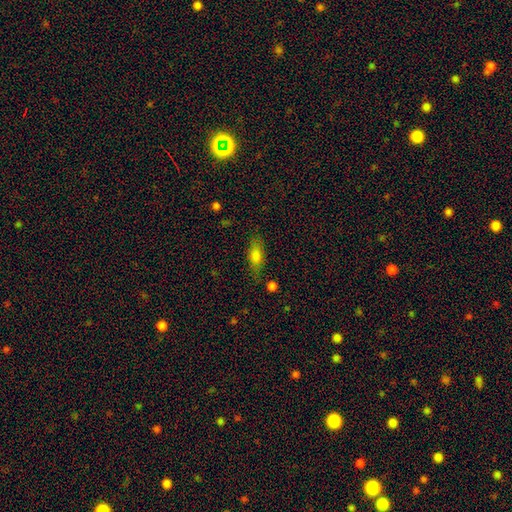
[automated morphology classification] smooth-or-featured: smooth: 77% | featured or disk: 14% | star or artifact: 10%
  how-rounded: in between: 73% | cigar-shaped: 23% | round: 4%
  merging: none: 73% | minor disturbance: 18% | major disturbance: 5% | merger: 4%